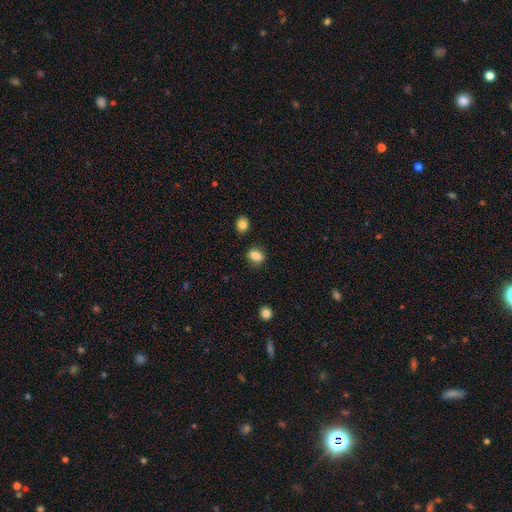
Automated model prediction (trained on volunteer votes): smooth_or_featured: smooth (p=0.84) [alt: star or artifact p=0.10]
how_rounded: in between (p=0.68) [alt: round p=0.29]
merging: none (p=0.80) [alt: minor disturbance p=0.13]